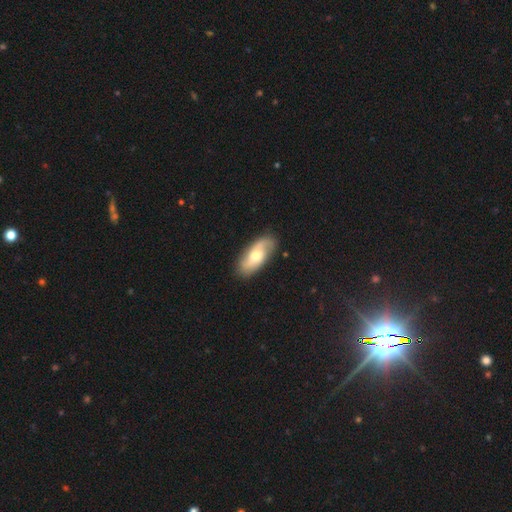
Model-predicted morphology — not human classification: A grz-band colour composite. It shows a featured or disk galaxy (55%). Merging: none (83%).